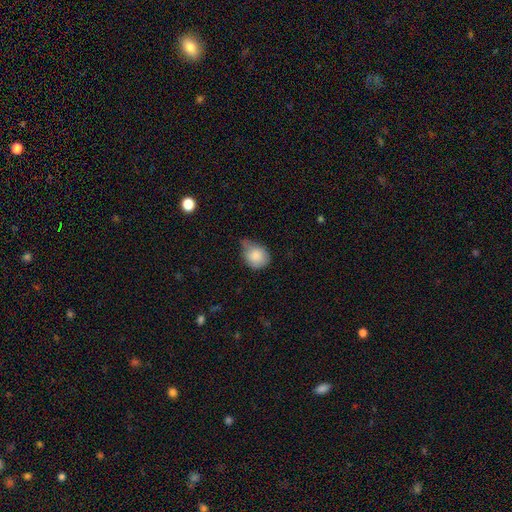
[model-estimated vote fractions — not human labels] Smooth or featured?
  - smooth: 84% *
  - featured or disk: 9%
  - star or artifact: 7%
How rounded?
  - round: 56% *
  - in between: 43%
  - cigar-shaped: 1%
Merging?
  - minor disturbance: 55% *
  - none: 27%
  - major disturbance: 15%
  - merger: 3%